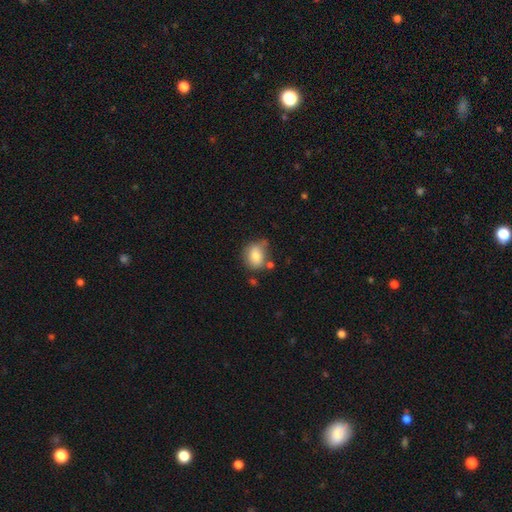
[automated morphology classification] A smooth galaxy with no disk features (80%) that is in between round and cigar-shaped (50%).

Vote fractions:
- Smooth or featured? smooth: 80% / featured or disk: 11% / star or artifact: 9%
- How rounded? in between: 50% / round: 48% / cigar-shaped: 1%
- Merging? none: 57% / minor disturbance: 26% / merger: 10% / major disturbance: 7%